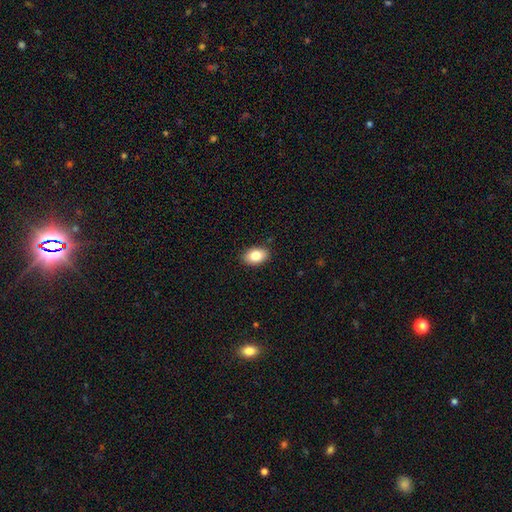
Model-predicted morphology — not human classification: A smooth galaxy with no disk features (84%) that is in between round and cigar-shaped (86%).

Vote fractions:
- Smooth or featured? smooth: 84% / featured or disk: 8% / star or artifact: 8%
- How rounded? in between: 86% / round: 13% / cigar-shaped: 1%
- Merging? none: 89% / minor disturbance: 9% / major disturbance: 2% / merger: 1%